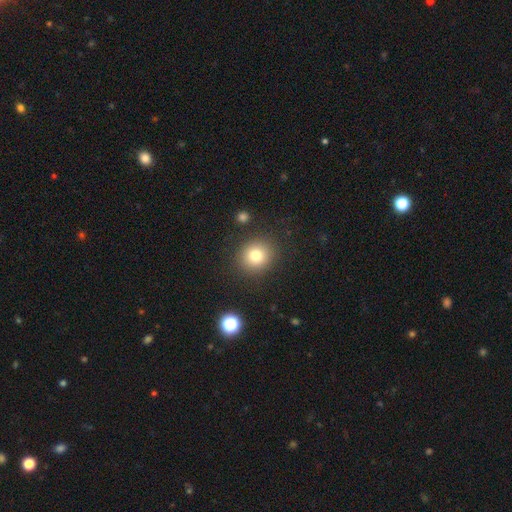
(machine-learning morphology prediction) Smooth or featured? smooth (78%)
How rounded? round (85%)
Merging? none (88%)